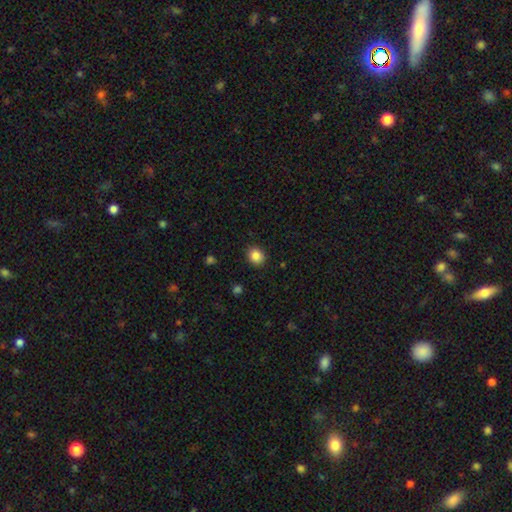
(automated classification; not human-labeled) smooth-or-featured: smooth: 87% | star or artifact: 9% | featured or disk: 4%
  how-rounded: round: 64% | in between: 35% | cigar-shaped: 1%
  merging: none: 89% | minor disturbance: 7% | major disturbance: 2% | merger: 1%